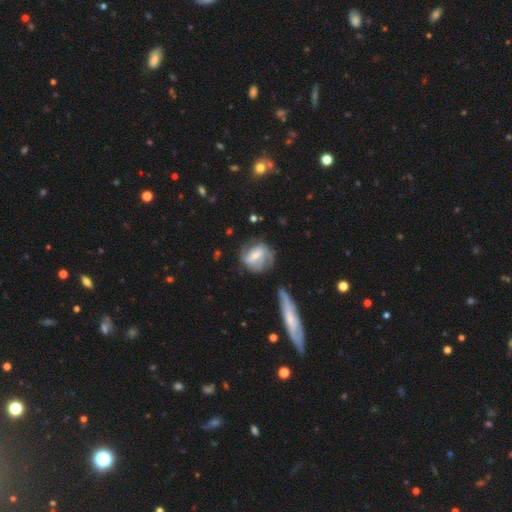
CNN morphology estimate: featured or disk 71%, smooth 22%, star or artifact 6%. Down the decision tree: edge-on disk — no (95%); bar — weak (45%); spiral arms — yes (86%); spiral arm count — 2 (56%); spiral winding — medium (41%); bulge size — small (49%); merging — none (59%).